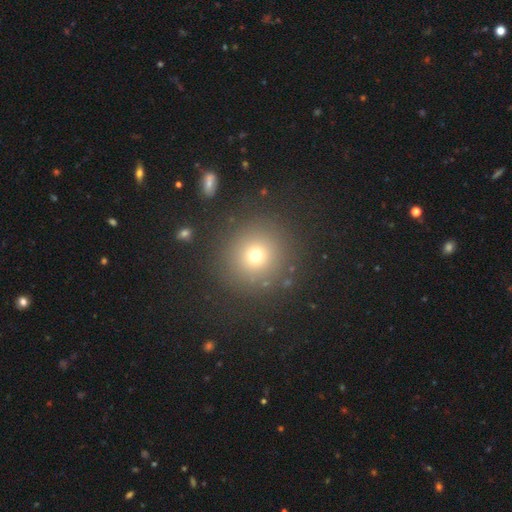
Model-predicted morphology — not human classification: A smooth galaxy with no disk features (71%) that is round (94%). Merging: none (87%).